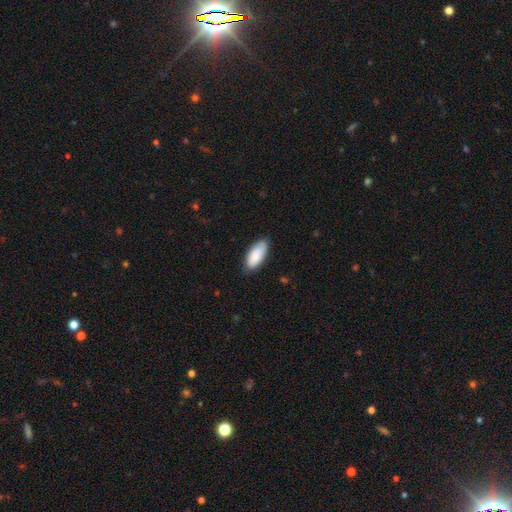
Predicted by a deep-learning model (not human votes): Overall: smooth (85%). How rounded: in between (88%). Merging: none (79%).